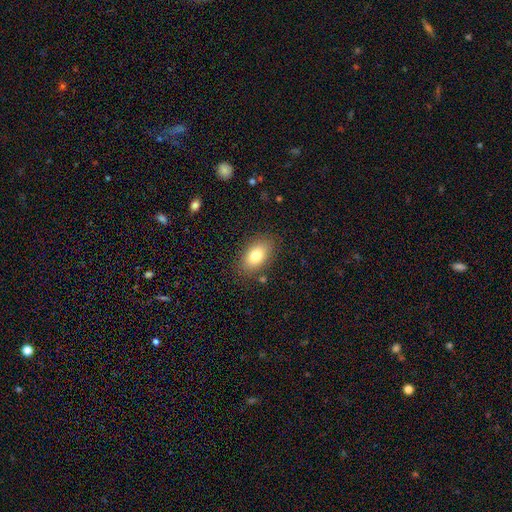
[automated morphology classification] The model was most divided on "smooth or featured": smooth: 81%, featured or disk: 11%, star or artifact: 8%. More confident: how rounded — in between (91%); merging — none (84%).